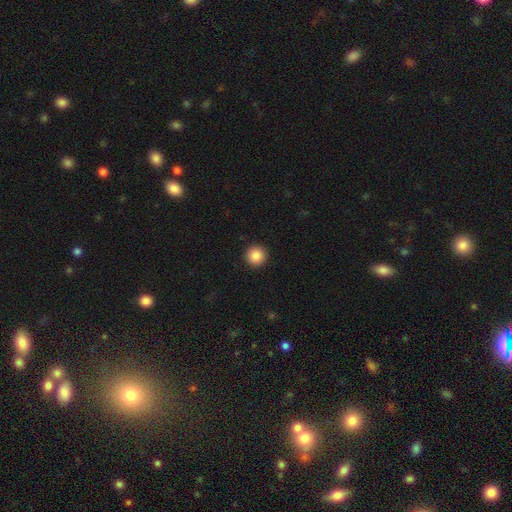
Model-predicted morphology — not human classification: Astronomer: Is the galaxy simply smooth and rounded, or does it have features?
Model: smooth — 87%.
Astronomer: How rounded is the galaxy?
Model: round — 96%.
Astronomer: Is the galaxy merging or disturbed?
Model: none — 93%.